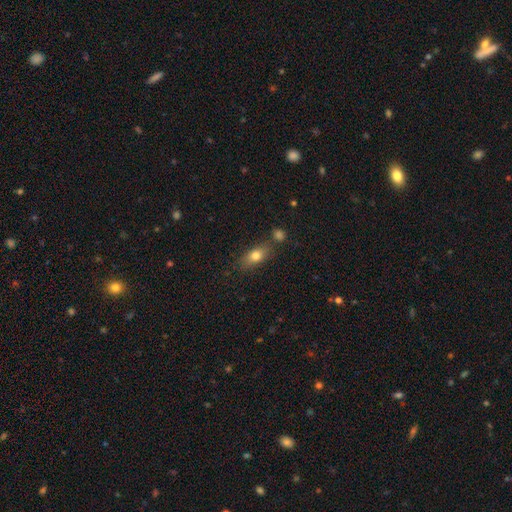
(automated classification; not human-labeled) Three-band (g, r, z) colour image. It shows a smooth galaxy with no disk features (77%) that is in between round and cigar-shaped (78%). Merging: none (70%).